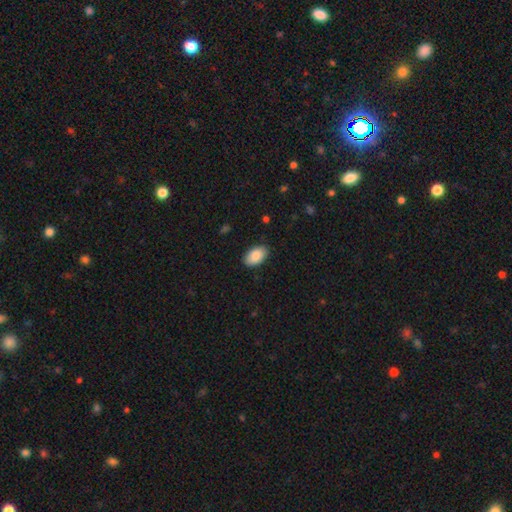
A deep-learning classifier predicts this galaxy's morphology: Q: Smooth or featured?
A: smooth (89%); runner-up: star or artifact (6%)
Q: How rounded?
A: in between (94%); runner-up: round (5%)
Q: Merging?
A: none (88%); runner-up: minor disturbance (9%)